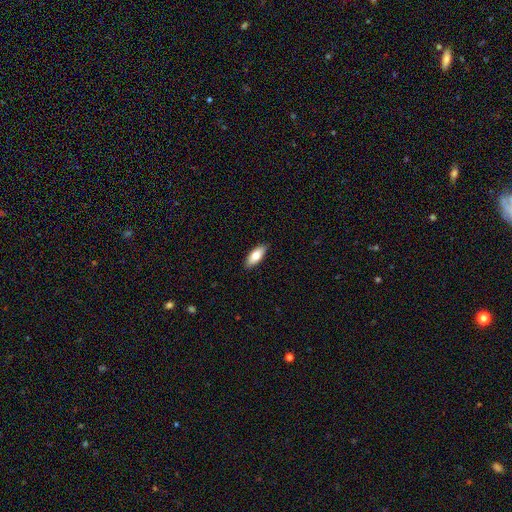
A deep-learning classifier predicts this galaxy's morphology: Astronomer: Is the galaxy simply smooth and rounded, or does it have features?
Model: smooth — 78%.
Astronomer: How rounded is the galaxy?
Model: in between — 79%.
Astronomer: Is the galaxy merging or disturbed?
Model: none — 88%.